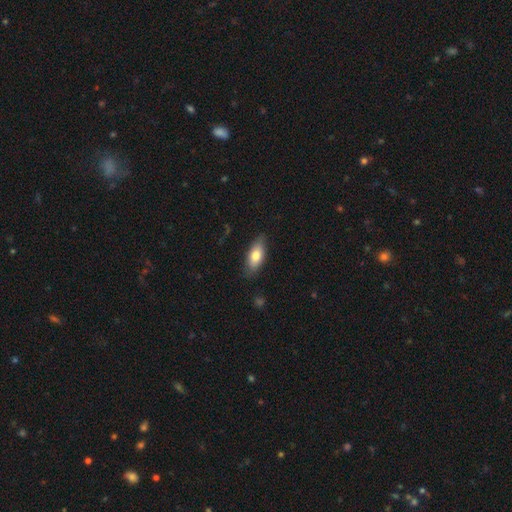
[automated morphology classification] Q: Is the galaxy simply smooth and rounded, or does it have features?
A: smooth — 75%.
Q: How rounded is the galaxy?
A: in between — 81%.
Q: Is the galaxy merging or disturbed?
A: none — 81%.